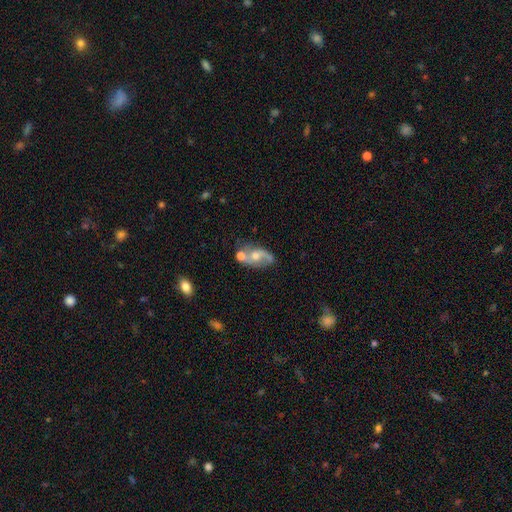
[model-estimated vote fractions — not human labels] Smooth or featured?
  - featured or disk: 70% *
  - smooth: 21%
  - star or artifact: 9%
Edge-on disk?
  - no: 95% *
  - yes: 5%
Bar?
  - no: 65% *
  - weak: 28%
  - strong: 7%
Spiral arms?
  - yes: 82% *
  - no: 18%
Spiral winding?
  - loose: 53% *
  - medium: 36%
  - tight: 12%
Spiral arm count?
  - 2: 83% *
  - 1: 7%
  - can't tell: 7%
  - 3: 1%
  - 4: 1%
  - more than 4: 1%
Bulge size?
  - moderate: 64% *
  - small: 27%
  - large: 5%
  - none: 3%
  - dominant: 1%
Merging?
  - none: 47% *
  - merger: 27%
  - minor disturbance: 18%
  - major disturbance: 9%